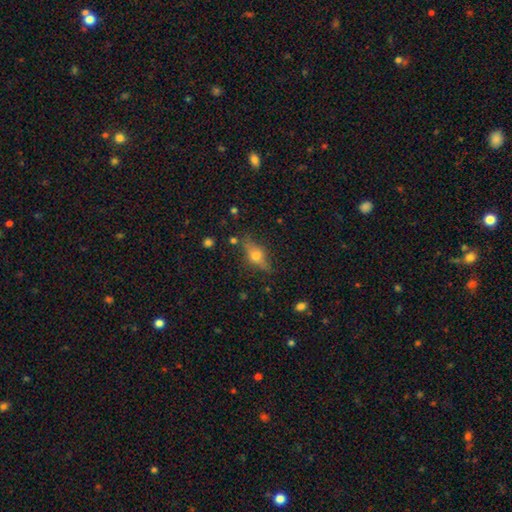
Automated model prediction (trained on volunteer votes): featured or disk 48%, smooth 41%, star or artifact 11%. Down the decision tree: merging — none (78%).